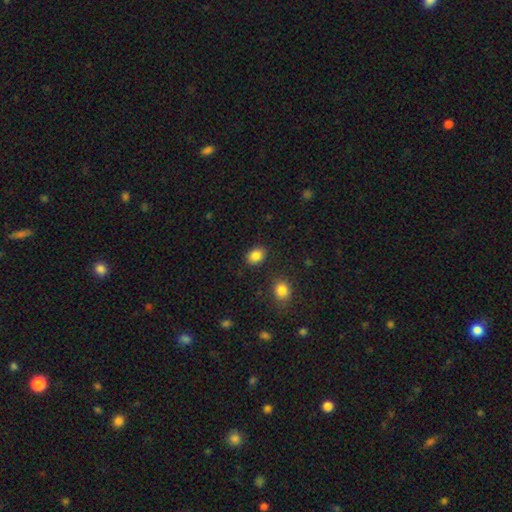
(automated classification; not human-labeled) Smooth or featured? Predicted: smooth (p=0.86). How rounded? Predicted: in between (p=0.63). Merging? Predicted: none (p=0.85).